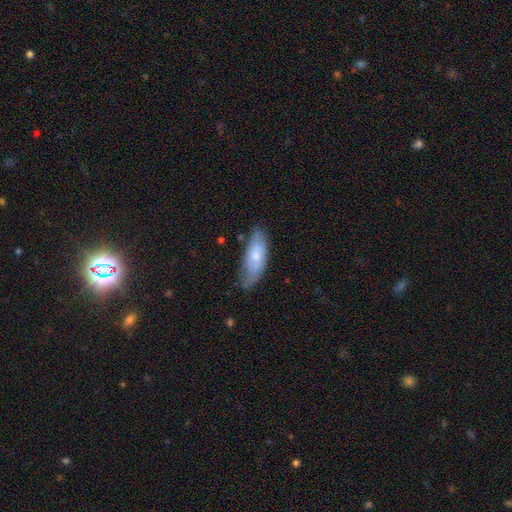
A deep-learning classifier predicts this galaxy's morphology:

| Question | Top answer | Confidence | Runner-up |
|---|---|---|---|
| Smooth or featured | smooth | 59% | featured or disk (35%) |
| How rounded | in between | 70% | cigar-shaped (28%) |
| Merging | none | 64% | minor disturbance (28%) |